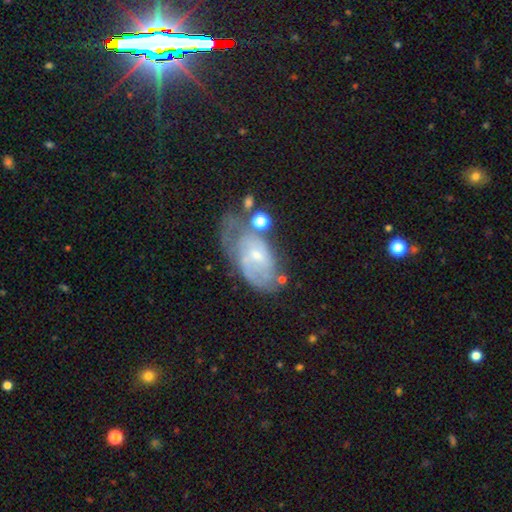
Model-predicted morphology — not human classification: featured or disk 67%, smooth 25%, star or artifact 8%. Down the decision tree: edge-on disk — no (95%); bar — no (53%); spiral arms — yes (75%); bulge size — small (65%); merging — none (37%).